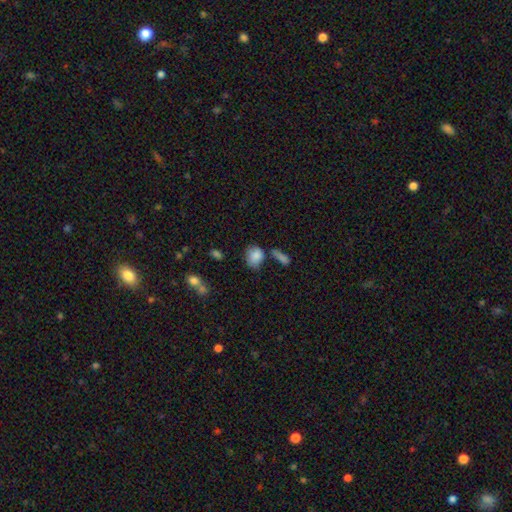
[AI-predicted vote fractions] Smooth or featured? Predicted: smooth (p=0.83). How rounded? Predicted: in between (p=0.55). Merging? Predicted: none (p=0.47).